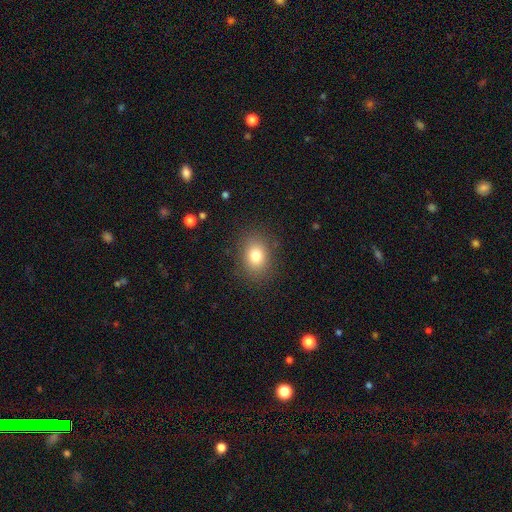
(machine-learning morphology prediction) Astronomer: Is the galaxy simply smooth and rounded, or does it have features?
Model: smooth — 79%.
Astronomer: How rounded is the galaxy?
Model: in between — 56% (runner-up: round, 43%).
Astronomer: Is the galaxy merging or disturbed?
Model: none — 86%.